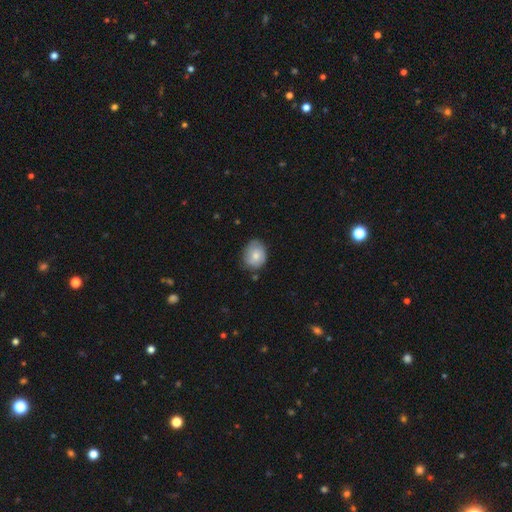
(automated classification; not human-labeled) A smooth galaxy with no disk features (75%) that is round (57%).

Vote fractions:
- Smooth or featured? smooth: 75% / featured or disk: 18% / star or artifact: 7%
- How rounded? round: 57% / in between: 42% / cigar-shaped: 1%
- Merging? none: 71% / minor disturbance: 23% / major disturbance: 4% / merger: 2%